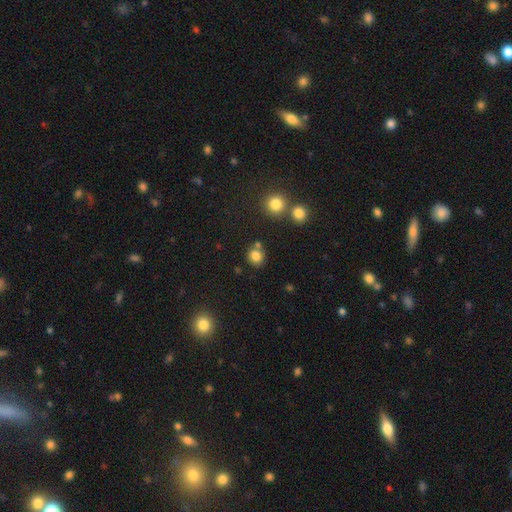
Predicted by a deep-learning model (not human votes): Q: Smooth or featured?
A: smooth (80%); runner-up: star or artifact (13%)
Q: How rounded?
A: round (80%); runner-up: in between (19%)
Q: Merging?
A: none (72%); runner-up: merger (14%)